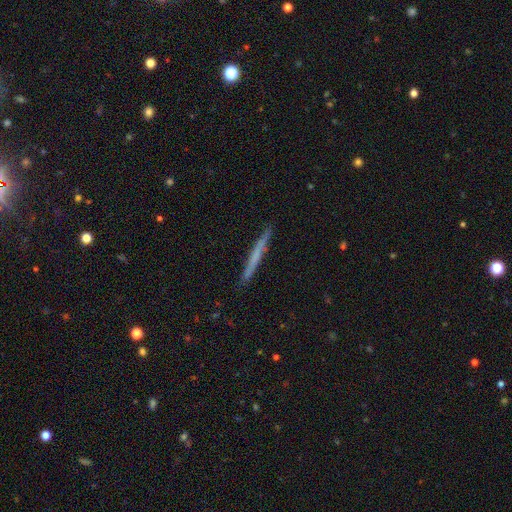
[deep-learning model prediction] smooth-or-featured: featured or disk: 48% | smooth: 47% | star or artifact: 6%
  merging: none: 90% | minor disturbance: 8% | major disturbance: 1% | merger: 1%